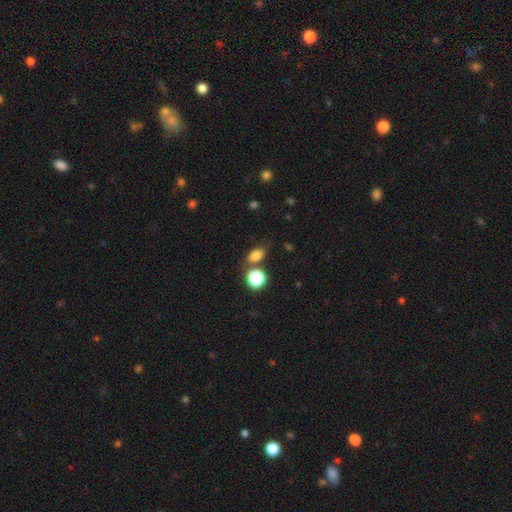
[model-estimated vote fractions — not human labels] Morphology: type=smooth (77%); roundness=in between (71%); merging=none (68%).